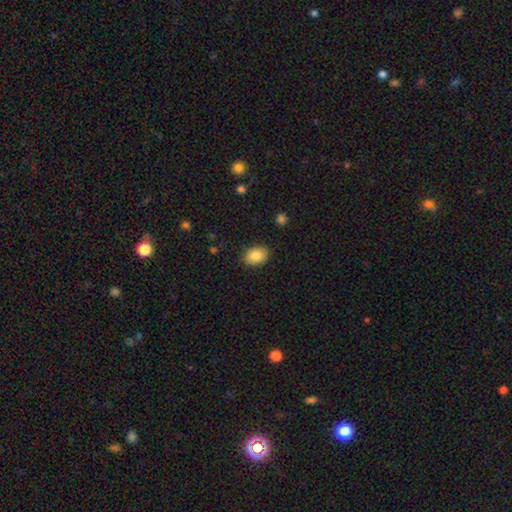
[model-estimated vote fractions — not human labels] Smooth or featured: smooth — 85% (star or artifact — 8%)
How rounded: in between — 76% (round — 22%)
Merging: none — 86% (minor disturbance — 10%)